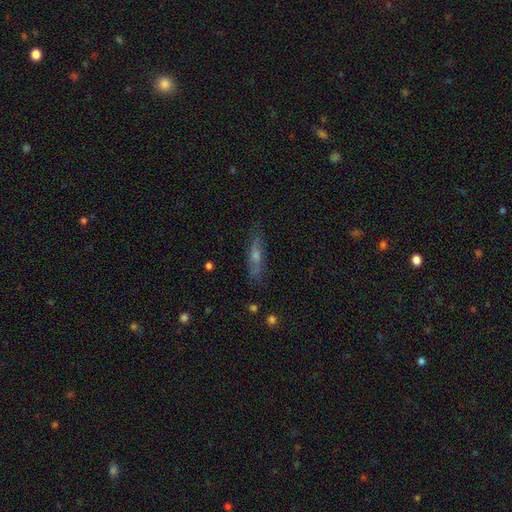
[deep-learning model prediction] Q: Smooth or featured?
A: featured or disk (50%); runner-up: smooth (37%)
Q: Edge-on disk?
A: yes (72%); runner-up: no (28%)
Q: Merging?
A: none (78%); runner-up: minor disturbance (16%)